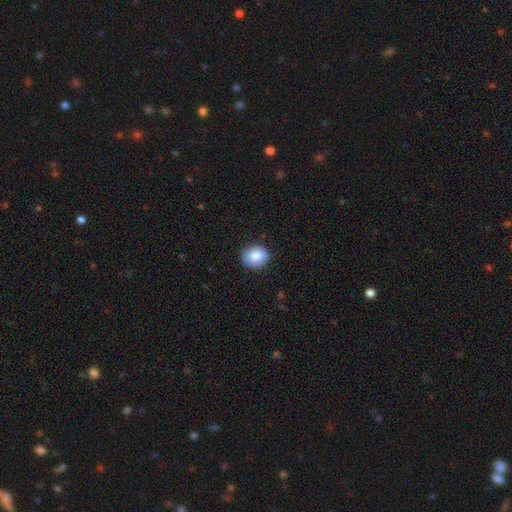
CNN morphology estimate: A smooth galaxy with no disk features (83%) that is round (78%).

Vote fractions:
- Smooth or featured? smooth: 83% / star or artifact: 9% / featured or disk: 8%
- How rounded? round: 78% / in between: 21% / cigar-shaped: 1%
- Merging? none: 87% / minor disturbance: 10% / major disturbance: 2% / merger: 1%